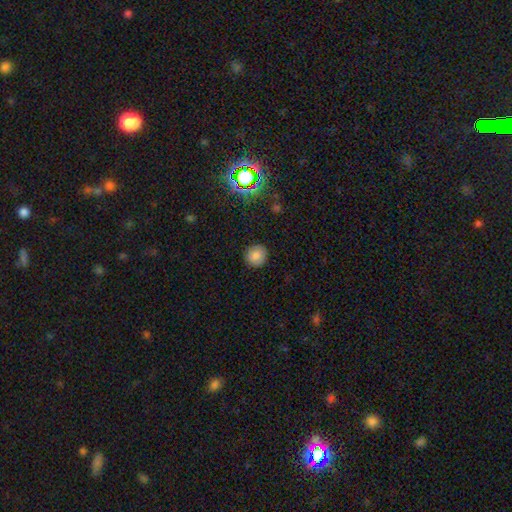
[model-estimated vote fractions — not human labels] Smooth or featured? Predicted: smooth (p=0.83). How rounded? Predicted: round (p=0.90). Merging? Predicted: none (p=0.90).